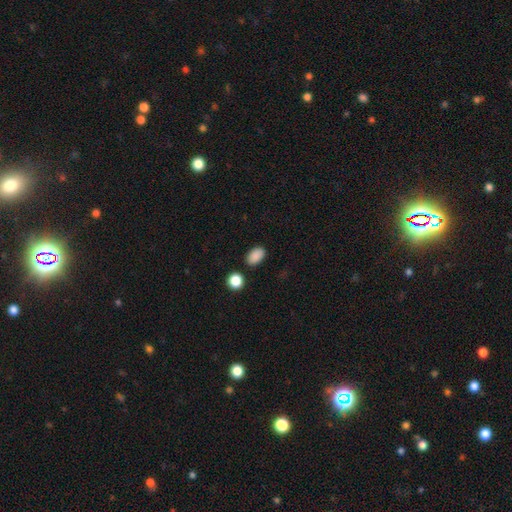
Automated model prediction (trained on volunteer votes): This appears to be a smooth galaxy with no disk features (88%) that is in between round and cigar-shaped (88%). Merging: none (85%).